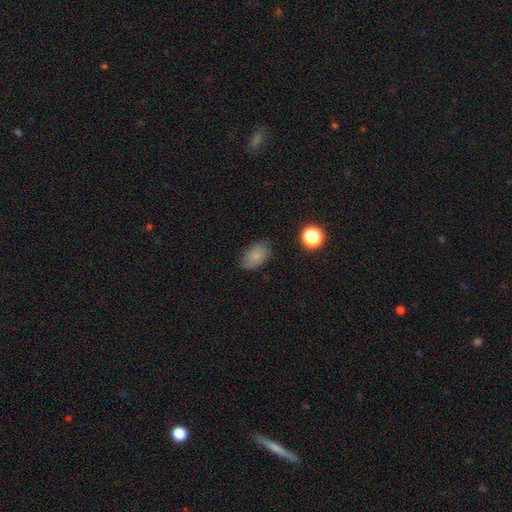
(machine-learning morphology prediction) Q: Smooth or featured?
A: smooth (73%); runner-up: featured or disk (16%)
Q: How rounded?
A: in between (88%); runner-up: round (11%)
Q: Merging?
A: none (73%); runner-up: minor disturbance (20%)